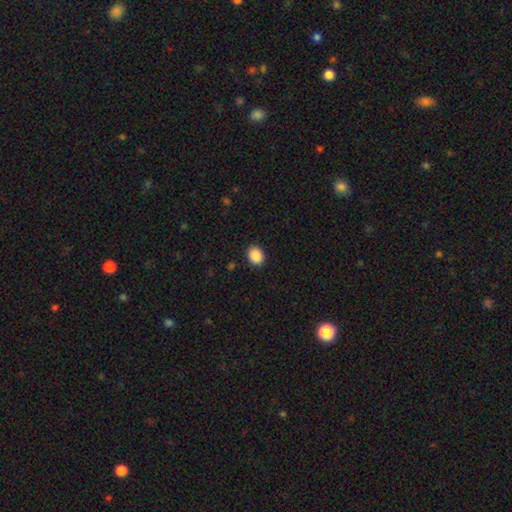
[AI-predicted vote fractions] smooth-or-featured: smooth: 89% | star or artifact: 8% | featured or disk: 3%
  how-rounded: in between: 50% | round: 49% | cigar-shaped: 1%
  merging: none: 90% | minor disturbance: 7% | major disturbance: 2% | merger: 1%